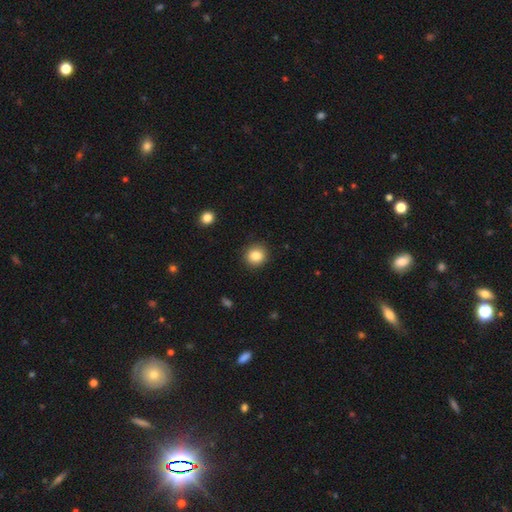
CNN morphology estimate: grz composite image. It shows a smooth galaxy with no disk features (84%) that is round (88%). Merging: none (91%).